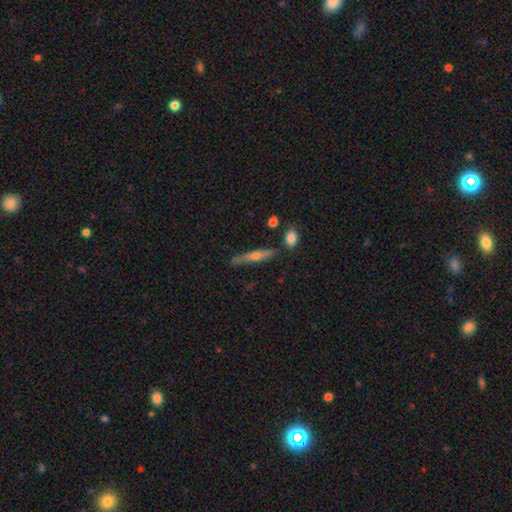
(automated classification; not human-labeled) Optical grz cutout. It shows a featured or disk galaxy (56%) viewed edge-on (93%) with a rounded central bulge (85%). Merging: none (78%).